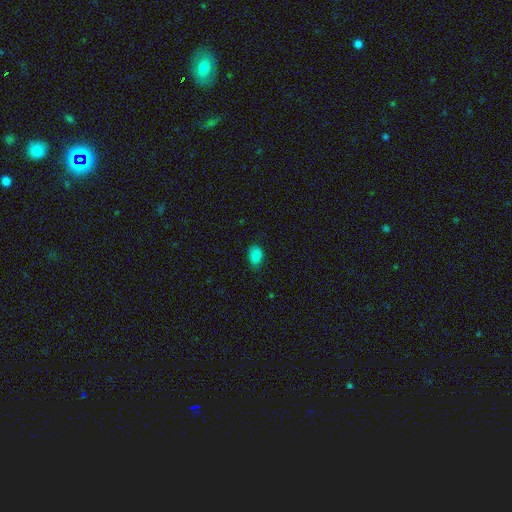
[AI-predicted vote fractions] This is clearly a smooth galaxy (85%). How rounded: clearly in between (83%). Merging: likely none (75%).